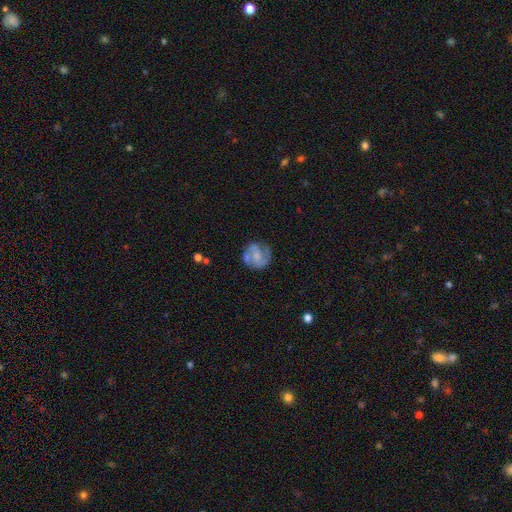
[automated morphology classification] Q: Smooth or featured?
A: featured or disk (55%); runner-up: smooth (37%)
Q: Edge-on disk?
A: no (98%); runner-up: yes (2%)
Q: Bar?
A: no (55%); runner-up: weak (34%)
Q: Spiral arms?
A: yes (65%); runner-up: no (35%)
Q: Bulge size?
A: small (33%); runner-up: none (30%)
Q: Merging?
A: none (55%); runner-up: minor disturbance (22%)